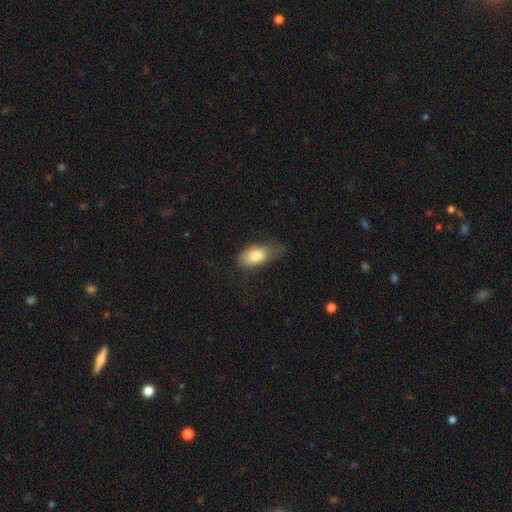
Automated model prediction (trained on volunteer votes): Smooth or featured?
  - smooth: 80% *
  - featured or disk: 13%
  - star or artifact: 7%
How rounded?
  - in between: 90% *
  - round: 6%
  - cigar-shaped: 4%
Merging?
  - none: 46% *
  - minor disturbance: 36%
  - major disturbance: 16%
  - merger: 2%